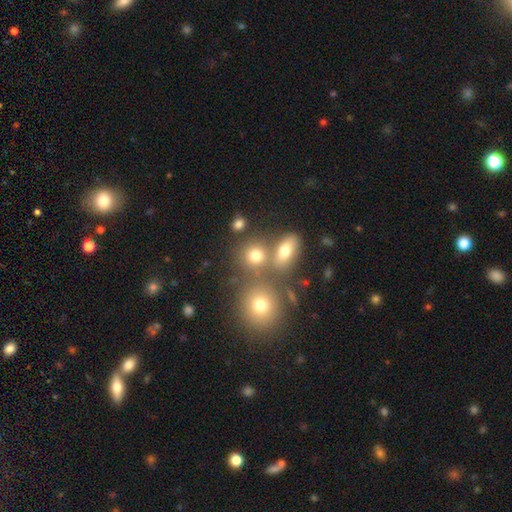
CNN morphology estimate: type=smooth (75%); roundness=round (74%); merging=none (57%).